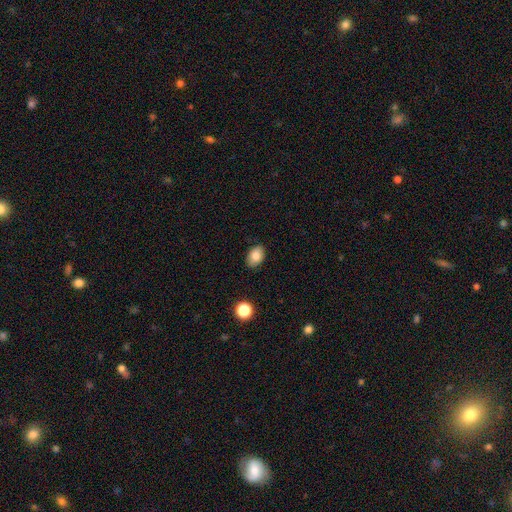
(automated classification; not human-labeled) The model was most divided on "how rounded": in between: 83%, round: 16%, cigar-shaped: 1%. More confident: merging — none (86%); smooth or featured — smooth (83%).